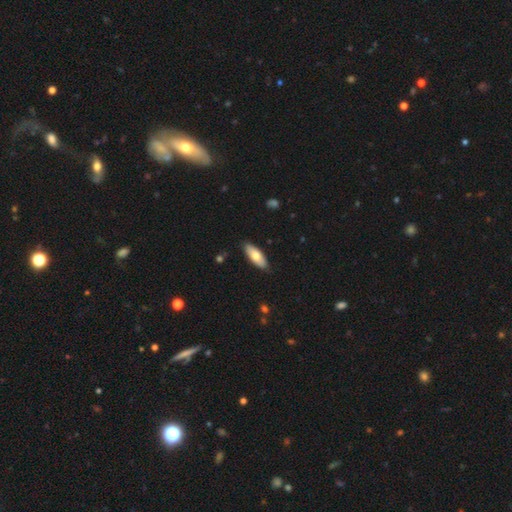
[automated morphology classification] Smooth or featured? smooth (72%)
How rounded? in between (75%)
Merging? none (87%)